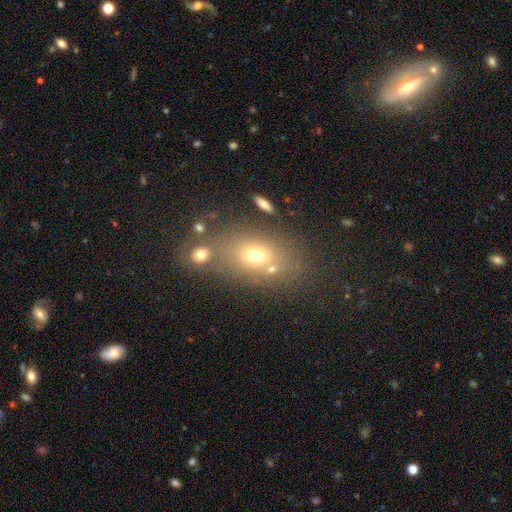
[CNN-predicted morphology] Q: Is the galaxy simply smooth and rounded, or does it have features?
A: smooth — 64%.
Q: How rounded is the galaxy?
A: in between — 68%.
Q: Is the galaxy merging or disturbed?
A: none — 63%.